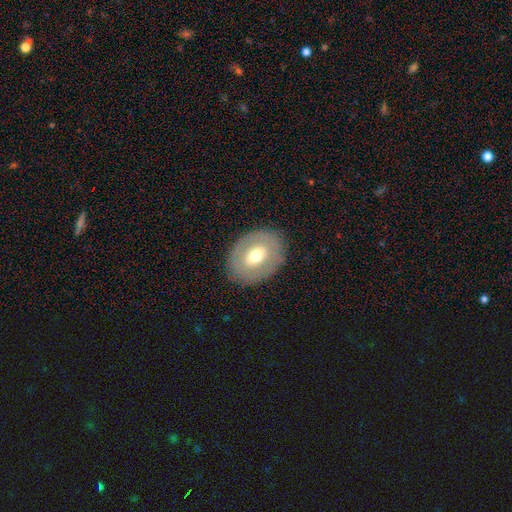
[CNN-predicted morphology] The model was most divided on "smooth or featured": smooth: 51%, featured or disk: 41%, star or artifact: 7%. More confident: merging — none (83%); how rounded — in between (66%).